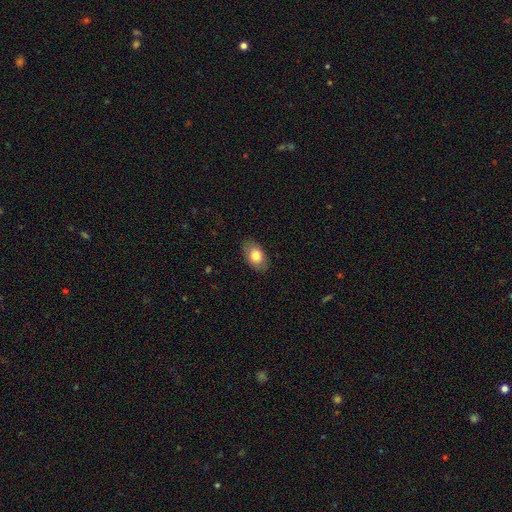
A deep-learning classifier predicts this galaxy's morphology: This appears to be a smooth galaxy with no disk features (80%) that is in between round and cigar-shaped (89%). Merging: none (85%).